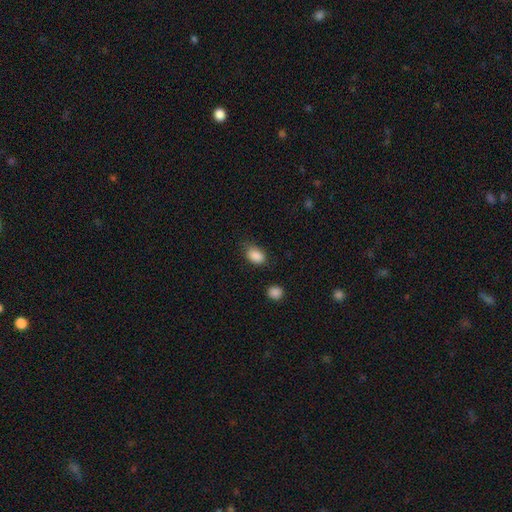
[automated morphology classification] smooth-or-featured: smooth: 88% | star or artifact: 9% | featured or disk: 4%
  how-rounded: in between: 84% | round: 15% | cigar-shaped: 2%
  merging: none: 67% | minor disturbance: 24% | major disturbance: 6% | merger: 3%